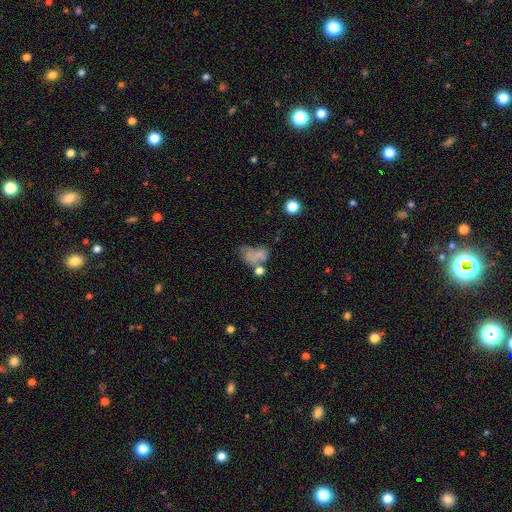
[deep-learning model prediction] Overall: smooth (58%; featured or disk 26%). How rounded: in between (77%). Merging: major disturbance (28%; merger 27%).